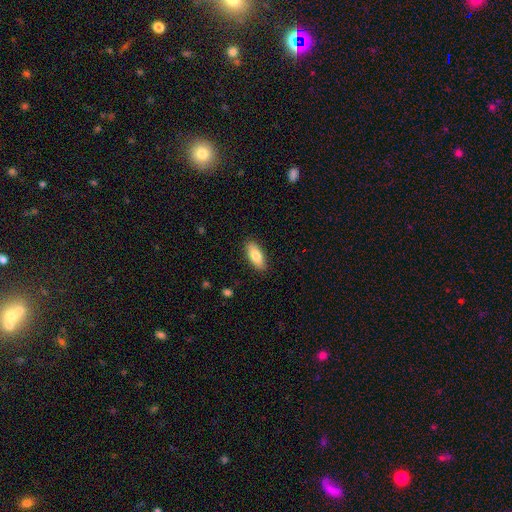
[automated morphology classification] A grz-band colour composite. It shows a smooth galaxy with no disk features (81%) that is in between round and cigar-shaped (79%). Merging: none (88%).